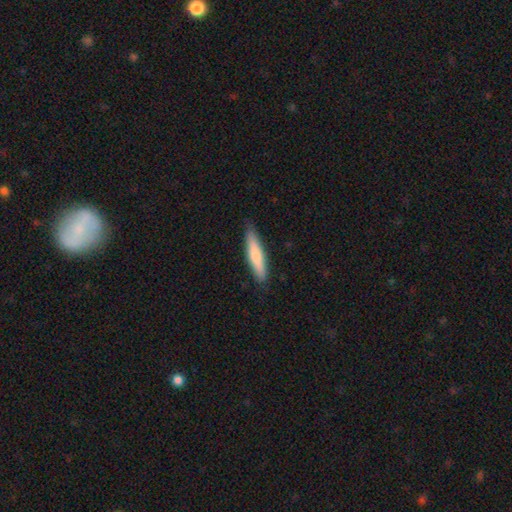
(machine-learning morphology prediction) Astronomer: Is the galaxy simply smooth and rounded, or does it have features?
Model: smooth — 71%.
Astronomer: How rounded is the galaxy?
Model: cigar-shaped — 85%.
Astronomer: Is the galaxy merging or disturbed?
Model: none — 86%.